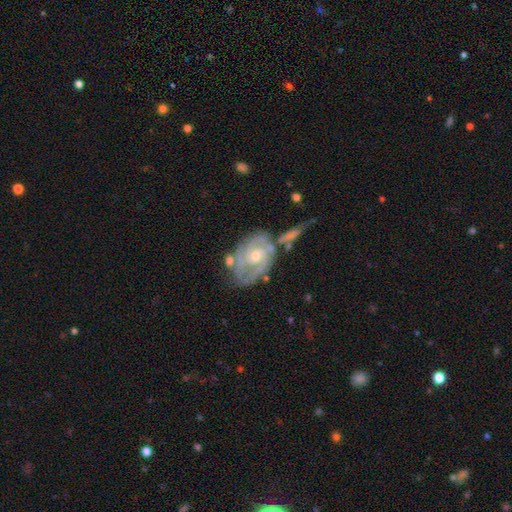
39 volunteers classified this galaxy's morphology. This is clearly a featured or disk galaxy (92%). It is clearly not viewed edge-on (94%). Bar: possibly no (59%). Spiral arm pattern: clearly yes (88%). Spiral arm count: clearly 2 (83%). Spiral winding: likely tight (60%). Central bulge: likely moderate (62%). Merging: marginally none (37%, tied with minor disturbance).